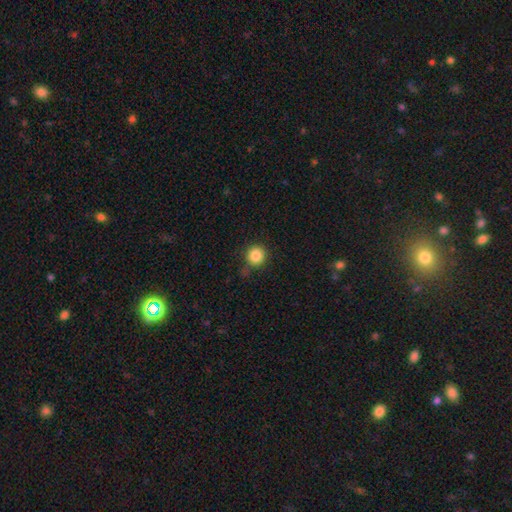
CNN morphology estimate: smooth_or_featured: smooth (p=0.85) [alt: star or artifact p=0.11]
how_rounded: round (p=0.94) [alt: in between p=0.05]
merging: none (p=0.78) [alt: minor disturbance p=0.14]